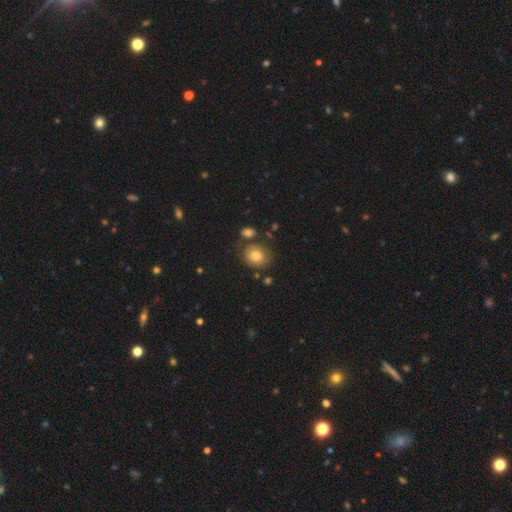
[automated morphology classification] Smooth or featured? Predicted: smooth (p=0.79). How rounded? Predicted: round (p=0.69). Merging? Predicted: none (p=0.70).